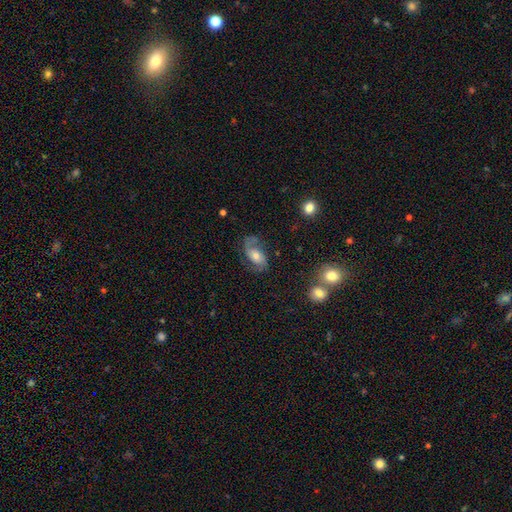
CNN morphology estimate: Smooth or featured: featured or disk — 74% (smooth — 17%)
Edge-on disk: no — 96% (yes — 4%)
Bar: no — 57% (weak — 34%)
Spiral arms: yes — 93% (no — 7%)
Spiral winding: medium — 47% (loose — 34%)
Spiral arm count: 2 — 84% (1 — 6%)
Bulge size: moderate — 60% (small — 27%)
Merging: none — 65% (minor disturbance — 19%)